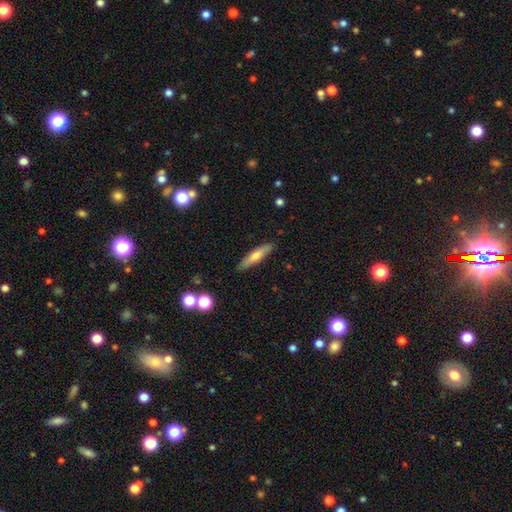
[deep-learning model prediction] A smooth galaxy with no disk features (58%) that is cigar-shaped (81%).

Vote fractions:
- Smooth or featured? smooth: 58% / featured or disk: 35% / star or artifact: 7%
- How rounded? cigar-shaped: 81% / in between: 17% / round: 2%
- Merging? none: 88% / minor disturbance: 8% / major disturbance: 2% / merger: 2%